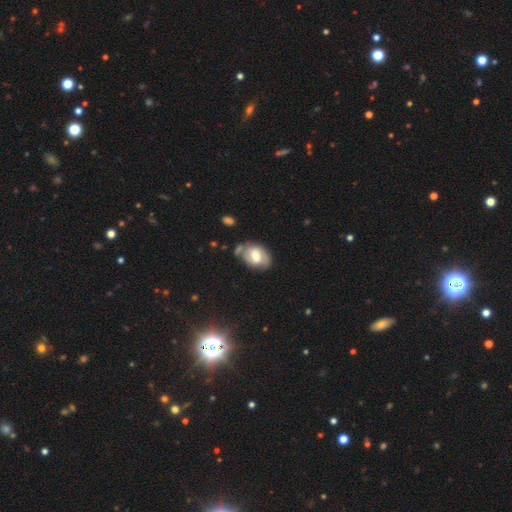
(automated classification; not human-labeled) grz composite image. It shows a smooth galaxy with no disk features (52%) that is in between round and cigar-shaped (80%). Merging: none (55%).